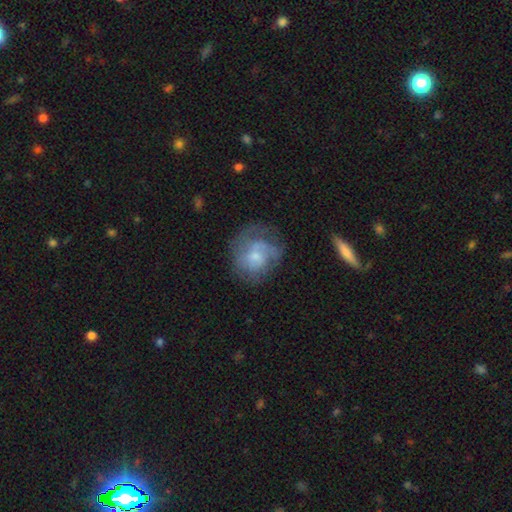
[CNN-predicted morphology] Q: Smooth or featured?
A: featured or disk (61%); runner-up: smooth (32%)
Q: Edge-on disk?
A: no (98%); runner-up: yes (2%)
Q: Bar?
A: no (68%); runner-up: weak (28%)
Q: Spiral arms?
A: yes (79%); runner-up: no (21%)
Q: Bulge size?
A: small (56%); runner-up: moderate (33%)
Q: Merging?
A: none (55%); runner-up: minor disturbance (22%)